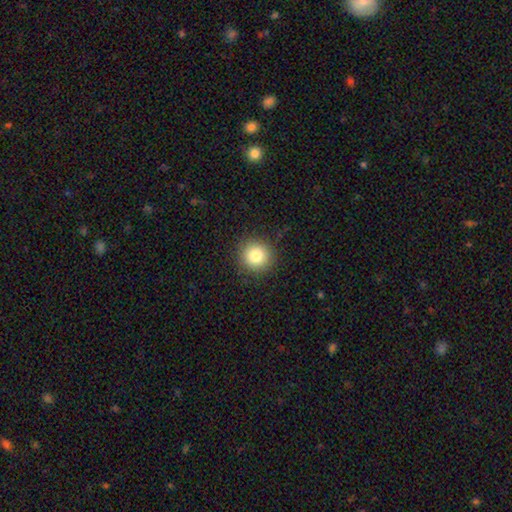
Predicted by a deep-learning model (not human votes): Morphology: type=smooth (81%); roundness=round (94%); merging=none (91%).